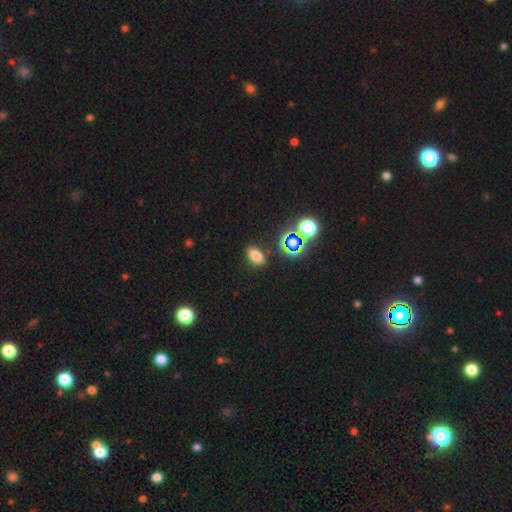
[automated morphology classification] A smooth galaxy with no disk features (71%) that is in between round and cigar-shaped (81%).

Vote fractions:
- Smooth or featured? smooth: 71% / star or artifact: 20% / featured or disk: 9%
- How rounded? in between: 81% / round: 14% / cigar-shaped: 5%
- Merging? none: 85% / minor disturbance: 10% / major disturbance: 3% / merger: 2%